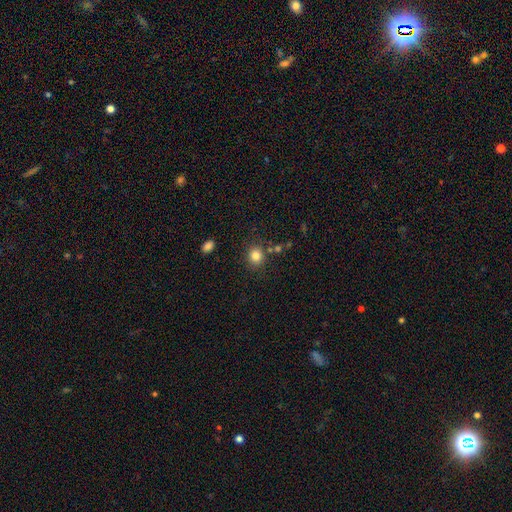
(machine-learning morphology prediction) smooth 83%, star or artifact 11%, featured or disk 6%. Down the decision tree: how rounded — round (79%); merging — none (82%).